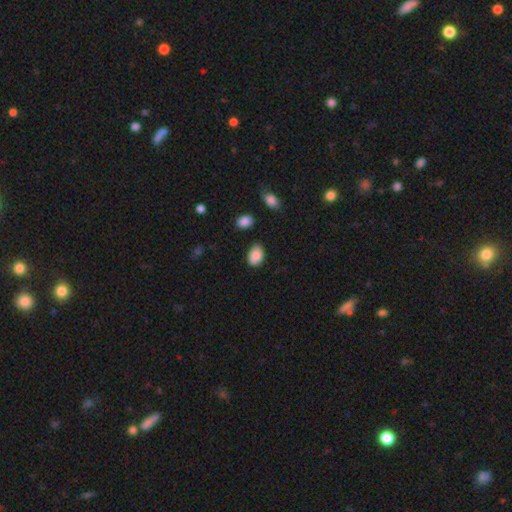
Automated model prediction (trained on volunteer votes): The model was most divided on "merging": none: 78%, minor disturbance: 16%, major disturbance: 3%, merger: 2%. More confident: smooth or featured — smooth (87%); how rounded — in between (85%).